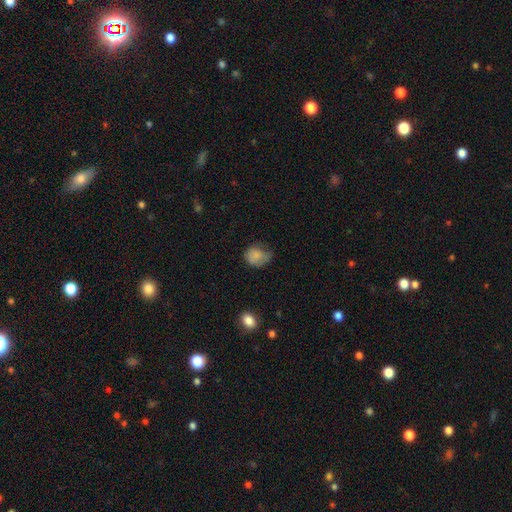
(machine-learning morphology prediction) Overall: smooth (80%). How rounded: round (60%; in between 39%). Merging: none (45%; minor disturbance 37%).